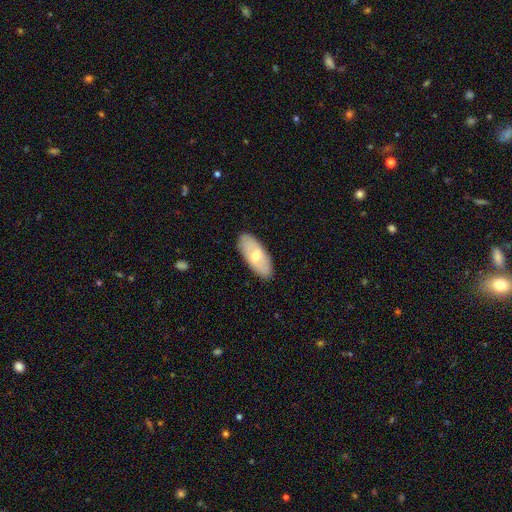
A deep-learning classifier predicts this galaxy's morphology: type=smooth (56%); roundness=in between (85%); merging=none (88%).